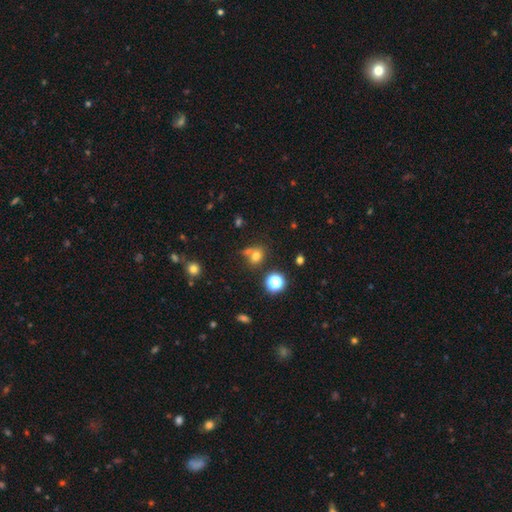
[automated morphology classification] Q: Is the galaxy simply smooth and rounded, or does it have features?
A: smooth — 69%.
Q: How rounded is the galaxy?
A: round — 66%.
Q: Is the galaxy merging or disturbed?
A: none — 56%.